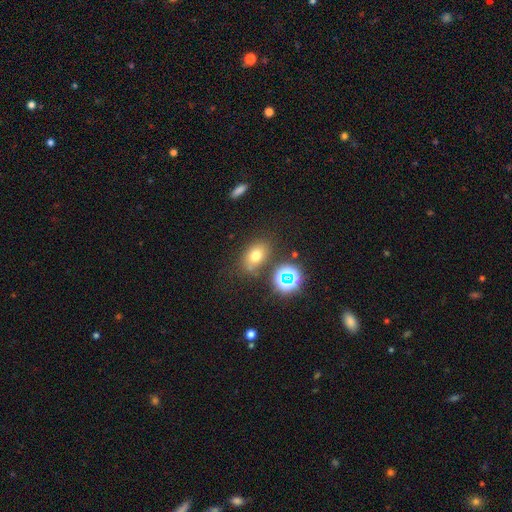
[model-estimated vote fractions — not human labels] A smooth galaxy with no disk features (67%) that is in between round and cigar-shaped (71%).

Vote fractions:
- Smooth or featured? smooth: 67% / star or artifact: 20% / featured or disk: 13%
- How rounded? in between: 71% / round: 27% / cigar-shaped: 2%
- Merging? none: 71% / minor disturbance: 15% / merger: 8% / major disturbance: 6%